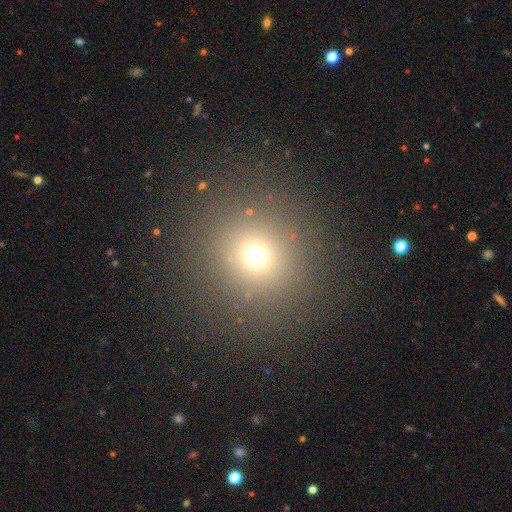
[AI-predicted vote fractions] Smooth or featured? smooth (67%)
How rounded? round (91%)
Merging? none (87%)